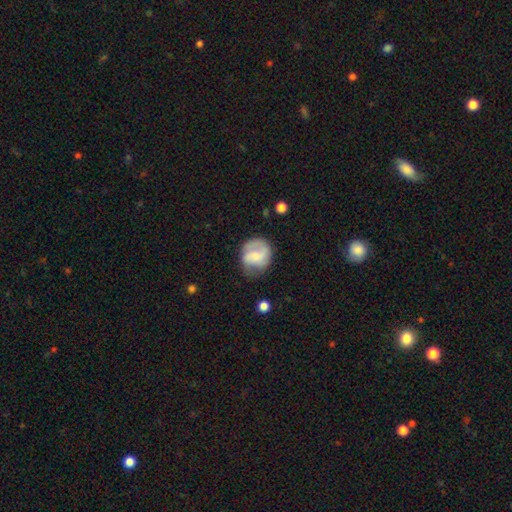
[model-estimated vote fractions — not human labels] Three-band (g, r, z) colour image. It shows a featured or disk galaxy (47%). Merging: none (56%).